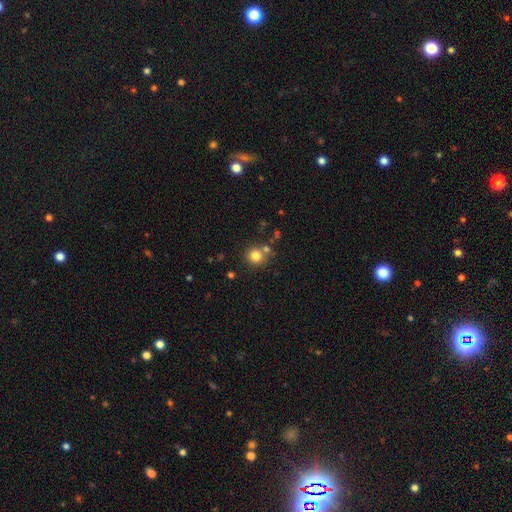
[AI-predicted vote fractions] The model was most divided on "merging": none: 68%, merger: 18%, minor disturbance: 10%, major disturbance: 4%. More confident: how rounded — round (90%); smooth or featured — smooth (80%).